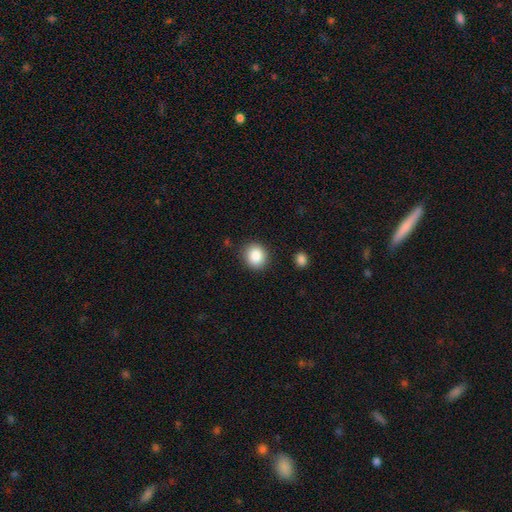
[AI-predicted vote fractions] A smooth galaxy with no disk features (87%) that is round (79%).

Vote fractions:
- Smooth or featured? smooth: 87% / star or artifact: 9% / featured or disk: 5%
- How rounded? round: 79% / in between: 20% / cigar-shaped: 1%
- Merging? none: 87% / minor disturbance: 8% / major disturbance: 3% / merger: 2%